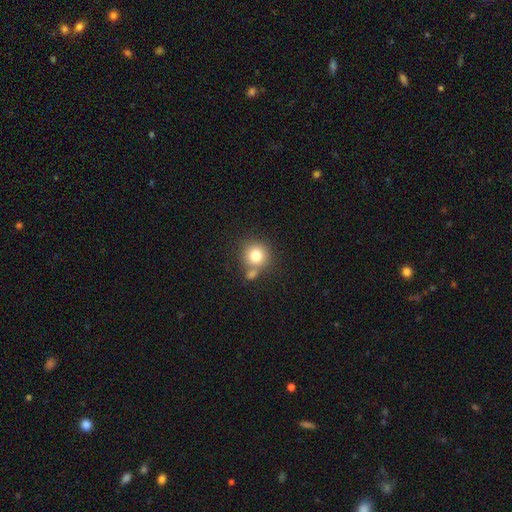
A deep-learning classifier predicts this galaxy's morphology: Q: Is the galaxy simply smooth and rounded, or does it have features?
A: smooth — 80%.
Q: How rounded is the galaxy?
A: round — 91%.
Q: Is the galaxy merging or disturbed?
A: none — 61%.